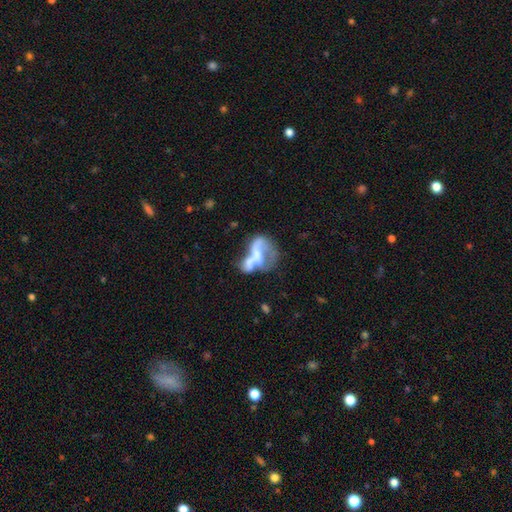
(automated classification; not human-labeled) Morphology: type=featured or disk (57%); edge-on=no (96%); bar=no (68%); spiral arms=no (73%); bulge=none (37%); merging=merger (42%).